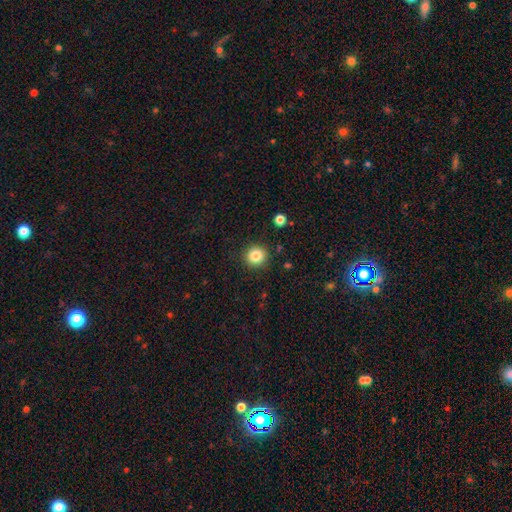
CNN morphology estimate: Q: Smooth or featured?
A: smooth (84%); runner-up: star or artifact (11%)
Q: How rounded?
A: round (92%); runner-up: in between (7%)
Q: Merging?
A: none (90%); runner-up: minor disturbance (6%)